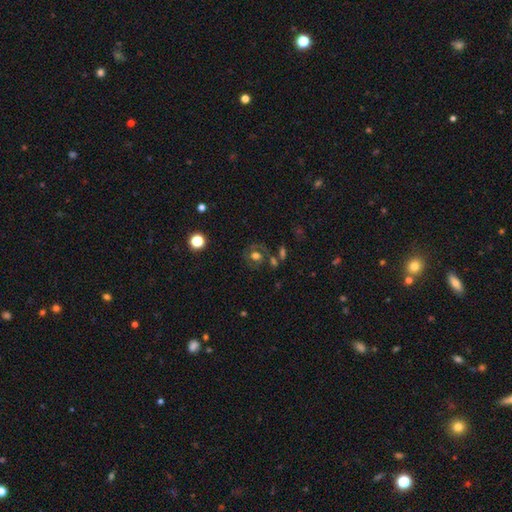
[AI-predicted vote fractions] A smooth galaxy with no disk features (44%).

Vote fractions:
- Smooth or featured? smooth: 44% / featured or disk: 43% / star or artifact: 14%
- Merging? none: 64% / minor disturbance: 15% / merger: 11% / major disturbance: 10%